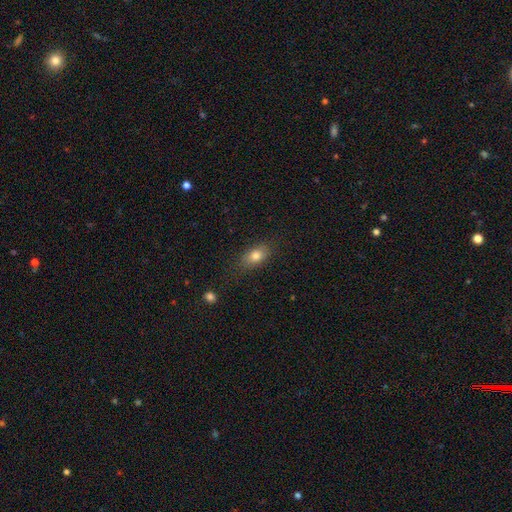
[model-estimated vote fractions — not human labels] The model was most divided on "merging": none: 80%, minor disturbance: 15%, major disturbance: 4%, merger: 2%. More confident: how rounded — in between (82%); smooth or featured — smooth (79%).